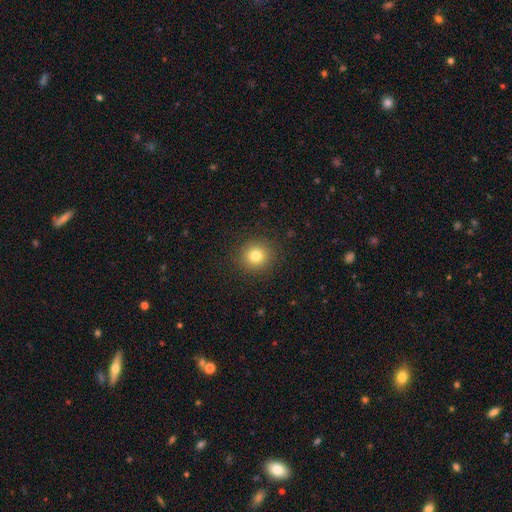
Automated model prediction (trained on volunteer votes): Smooth or featured? smooth (80%)
How rounded? round (91%)
Merging? none (91%)